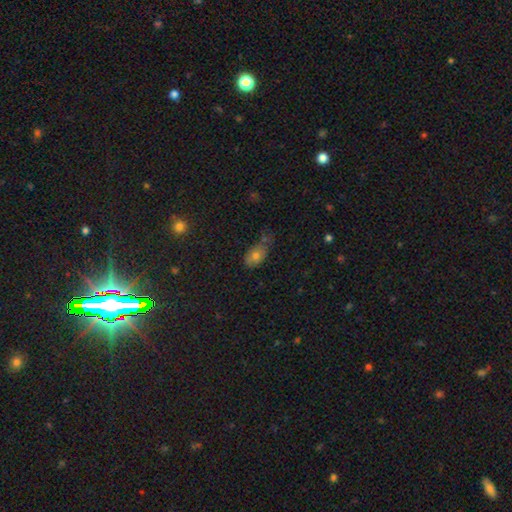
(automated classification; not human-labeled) Smooth or featured?
  - smooth: 74% *
  - featured or disk: 13%
  - star or artifact: 13%
How rounded?
  - in between: 86% *
  - round: 11%
  - cigar-shaped: 3%
Merging?
  - none: 47% *
  - minor disturbance: 30%
  - merger: 13%
  - major disturbance: 10%